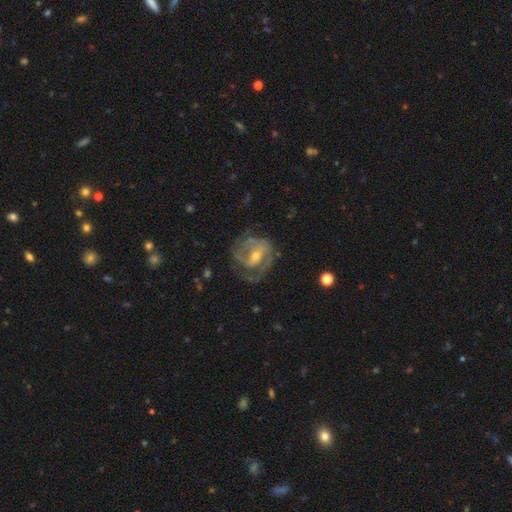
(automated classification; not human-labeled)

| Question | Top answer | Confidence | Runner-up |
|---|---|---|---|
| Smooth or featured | featured or disk | 85% | smooth (10%) |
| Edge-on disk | no | 97% | yes (3%) |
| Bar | weak | 45% | no (30%) |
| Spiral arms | yes | 92% | no (8%) |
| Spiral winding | medium | 46% | tight (40%) |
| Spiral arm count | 2 | 60% | can't tell (14%) |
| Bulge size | small | 49% | moderate (47%) |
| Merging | none | 58% | minor disturbance (21%) |